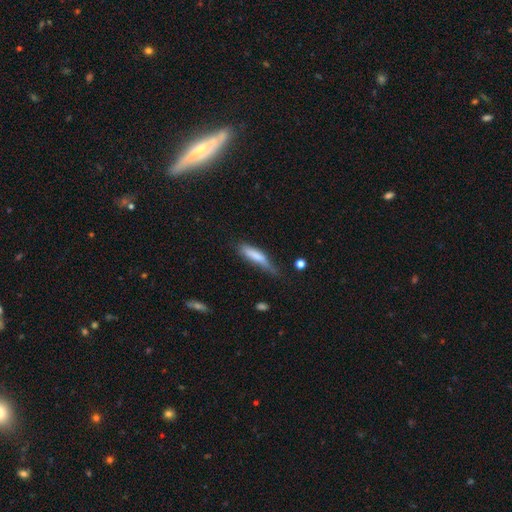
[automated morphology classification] Smooth or featured? smooth (75%)
How rounded? cigar-shaped (74%)
Merging? minor disturbance (41%)